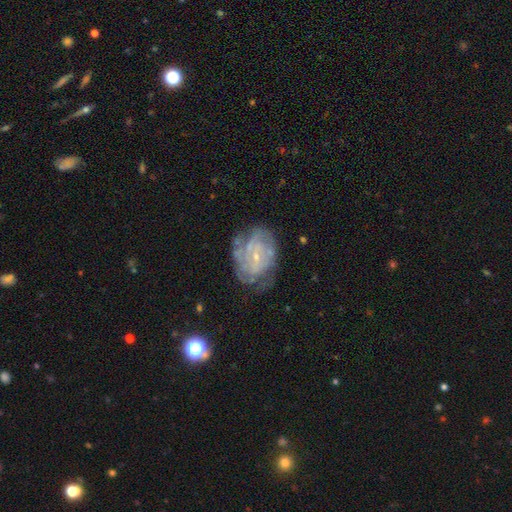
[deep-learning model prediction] This is likely a featured or disk galaxy (75%). It is clearly not viewed edge-on (97%). Bar: likely no (63%). Spiral arm pattern: likely yes (74%). Spiral arm count: possibly can't tell (56%). Spiral winding: possibly tight (59%). Central bulge: clearly small (80%). Merging: possibly none (55%).